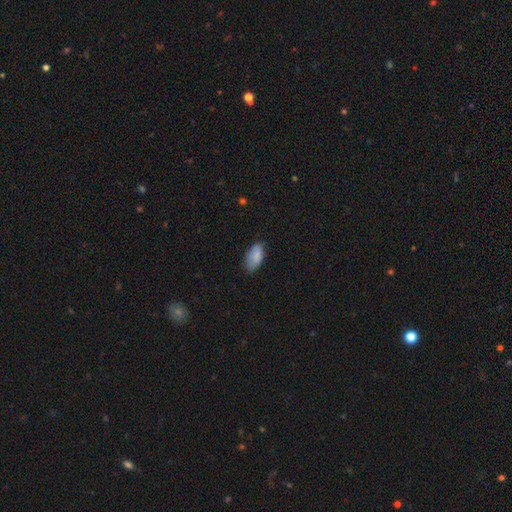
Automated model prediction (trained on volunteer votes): A smooth galaxy with no disk features (86%) that is in between round and cigar-shaped (93%).

Vote fractions:
- Smooth or featured? smooth: 86% / featured or disk: 7% / star or artifact: 7%
- How rounded? in between: 93% / cigar-shaped: 5% / round: 2%
- Merging? none: 71% / minor disturbance: 24% / major disturbance: 4% / merger: 1%